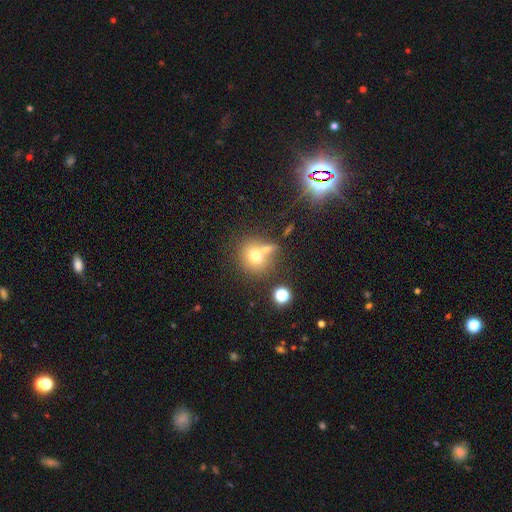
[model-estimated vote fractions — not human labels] Smooth or featured?
  - smooth: 70% *
  - featured or disk: 16%
  - star or artifact: 14%
How rounded?
  - round: 74% *
  - in between: 24%
  - cigar-shaped: 1%
Merging?
  - none: 47% *
  - merger: 33%
  - minor disturbance: 13%
  - major disturbance: 7%